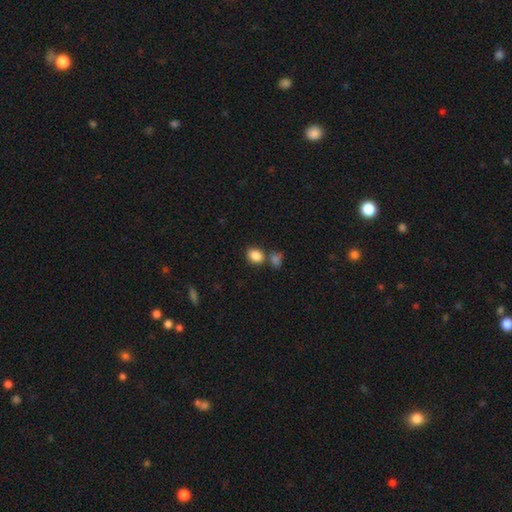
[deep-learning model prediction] Smooth or featured? Predicted: smooth (p=0.86). How rounded? Predicted: in between (p=0.61). Merging? Predicted: none (p=0.61).